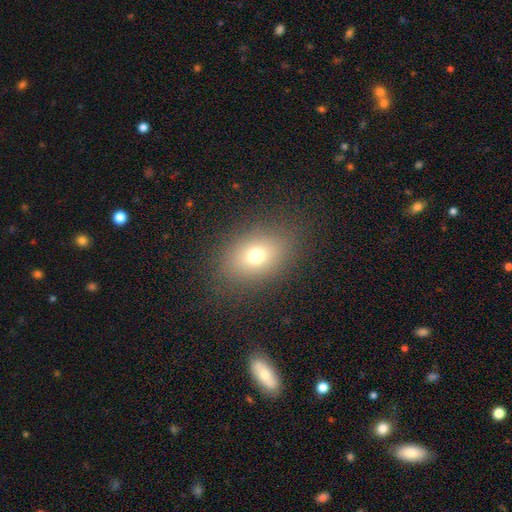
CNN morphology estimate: Smooth or featured: smooth — 71% (star or artifact — 15%)
How rounded: in between — 68% (round — 30%)
Merging: none — 84% (minor disturbance — 9%)